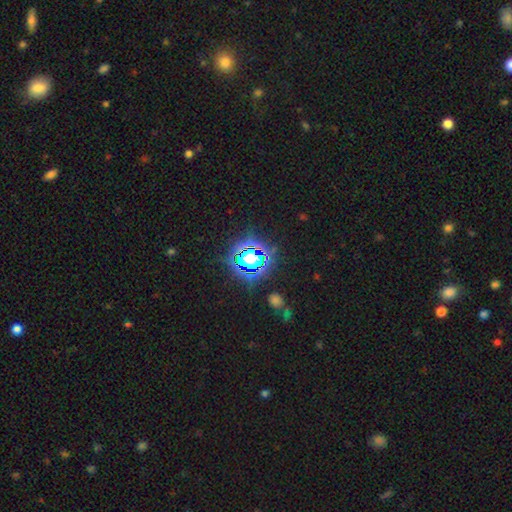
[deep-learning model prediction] star or artifact 79%, smooth 14%, featured or disk 7%.